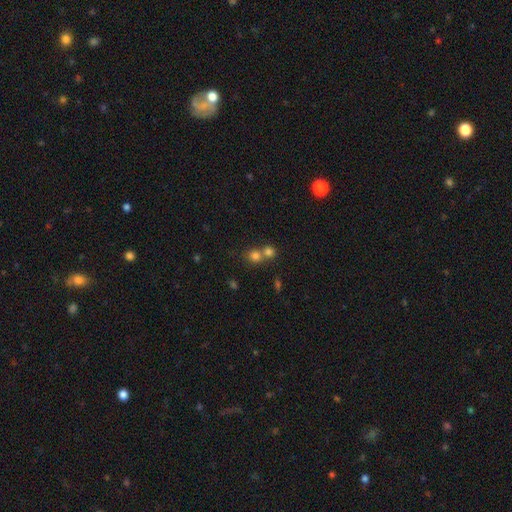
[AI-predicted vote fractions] Smooth or featured?
  - smooth: 76% *
  - star or artifact: 15%
  - featured or disk: 9%
How rounded?
  - round: 82% *
  - in between: 16%
  - cigar-shaped: 1%
Merging?
  - none: 46% *
  - merger: 45%
  - minor disturbance: 6%
  - major disturbance: 3%